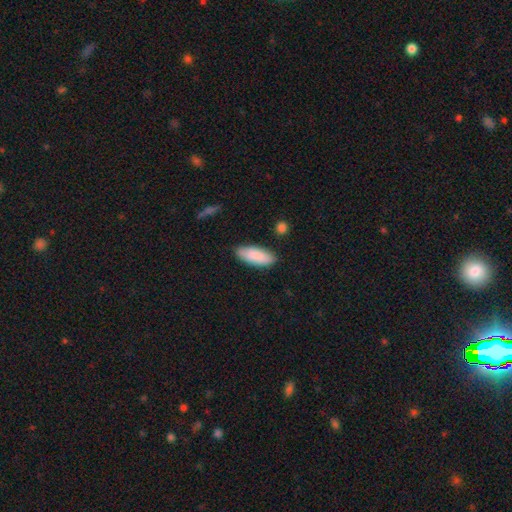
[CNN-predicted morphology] Smooth or featured: smooth — 87% (featured or disk — 7%)
How rounded: in between — 78% (cigar-shaped — 20%)
Merging: none — 83% (minor disturbance — 12%)